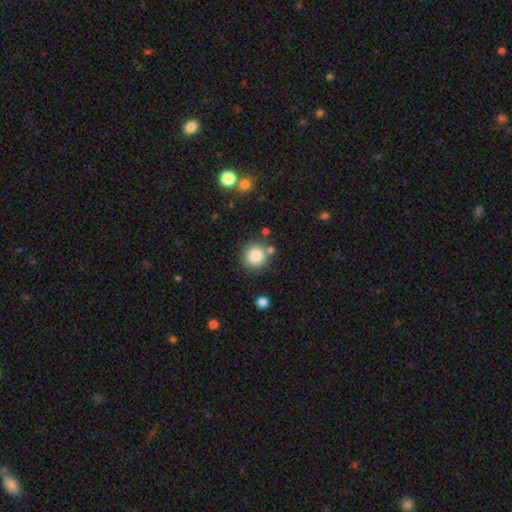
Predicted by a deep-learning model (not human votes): Overall: smooth (85%). How rounded: round (93%). Merging: none (79%).